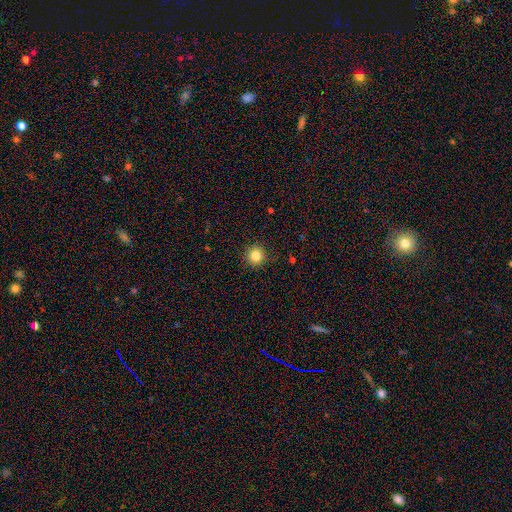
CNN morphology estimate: Q: Smooth or featured?
A: smooth (84%); runner-up: star or artifact (12%)
Q: How rounded?
A: round (95%); runner-up: in between (4%)
Q: Merging?
A: none (91%); runner-up: minor disturbance (6%)